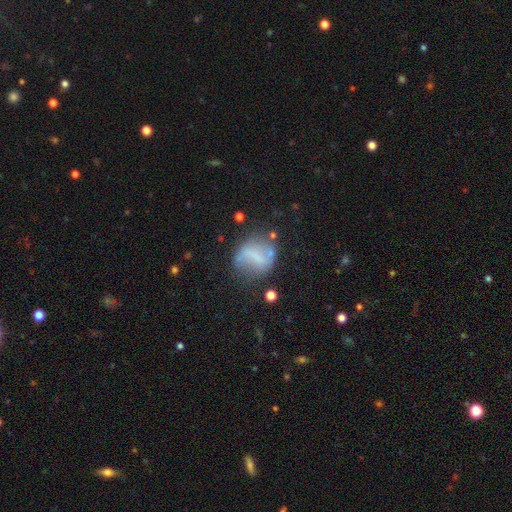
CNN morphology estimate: Smooth or featured? featured or disk (46%)
Merging? none (54%)